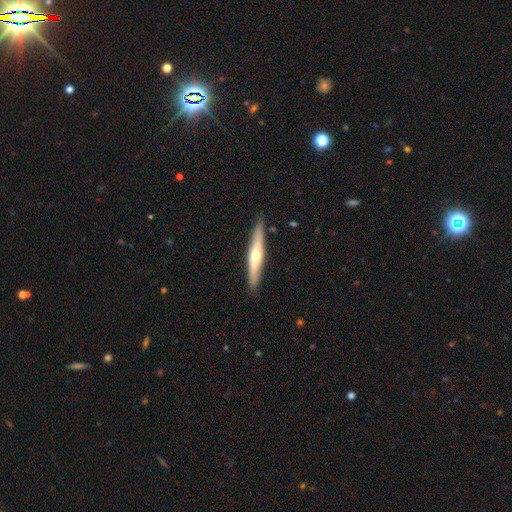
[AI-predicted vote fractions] A featured or disk galaxy (57%) viewed edge-on (93%) with a rounded central bulge (87%). Merging: none (88%).